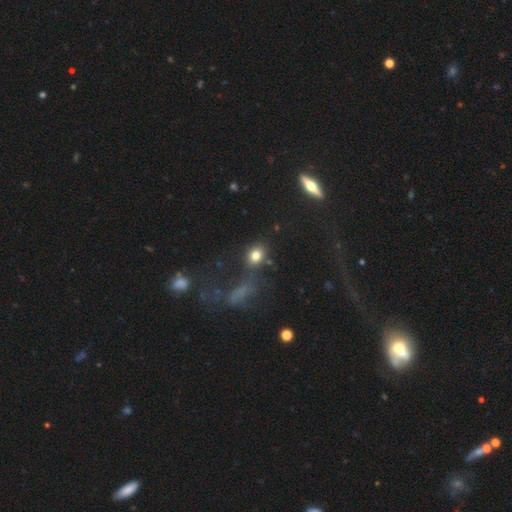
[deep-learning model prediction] smooth 78%, star or artifact 14%, featured or disk 8%. Down the decision tree: how rounded — in between (49%); merging — none (69%).